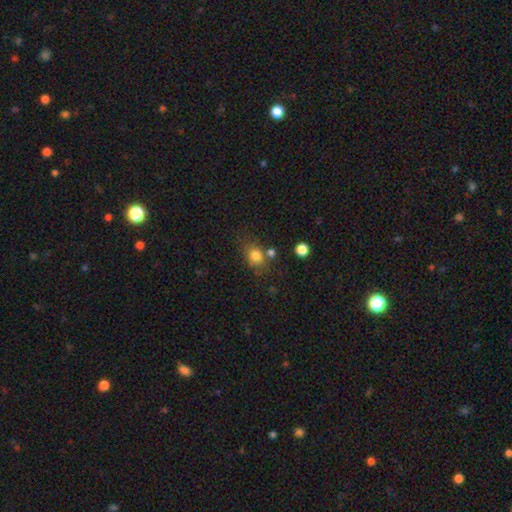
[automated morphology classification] A smooth galaxy with no disk features (80%) that is round (57%).

Vote fractions:
- Smooth or featured? smooth: 80% / star or artifact: 12% / featured or disk: 8%
- How rounded? round: 57% / in between: 42% / cigar-shaped: 1%
- Merging? none: 65% / minor disturbance: 16% / merger: 13% / major disturbance: 6%